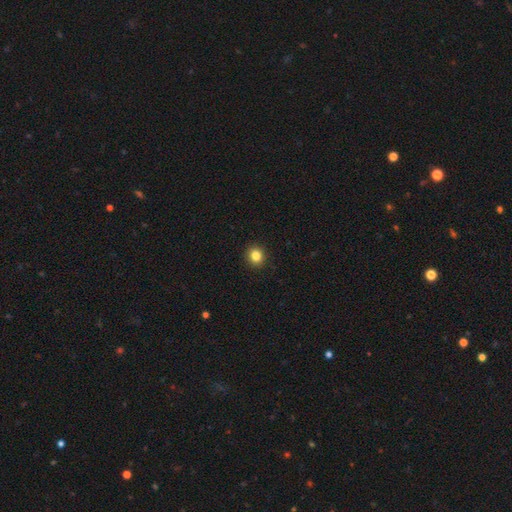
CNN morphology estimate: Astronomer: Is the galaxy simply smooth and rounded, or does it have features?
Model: smooth — 84%.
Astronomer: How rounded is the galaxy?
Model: round — 85%.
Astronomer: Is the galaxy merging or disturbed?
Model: none — 93%.